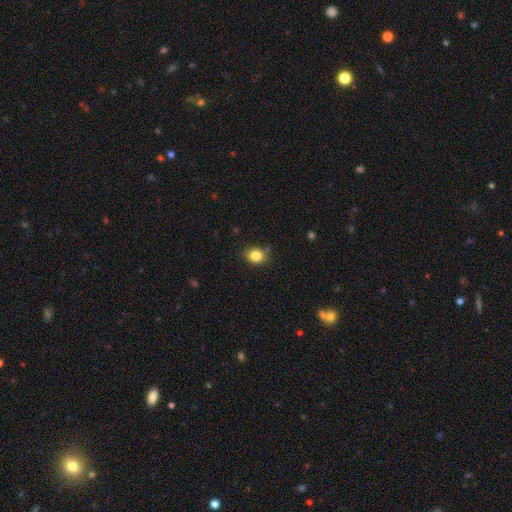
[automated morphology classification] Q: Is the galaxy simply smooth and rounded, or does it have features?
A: smooth — 84%.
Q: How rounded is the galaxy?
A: round — 58%.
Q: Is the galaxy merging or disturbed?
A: none — 79%.